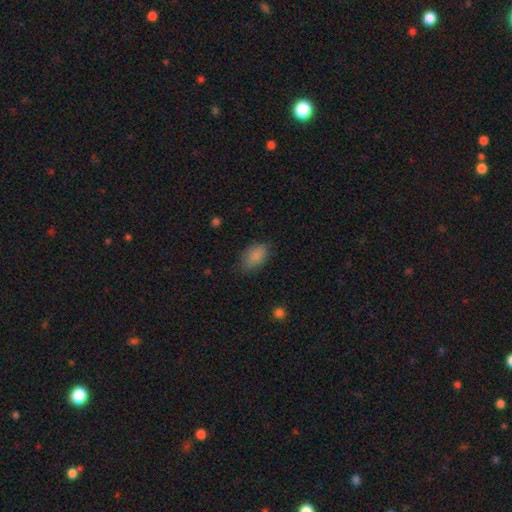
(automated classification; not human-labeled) A smooth galaxy with no disk features (87%) that is in between round and cigar-shaped (89%). Merging: none (75%).